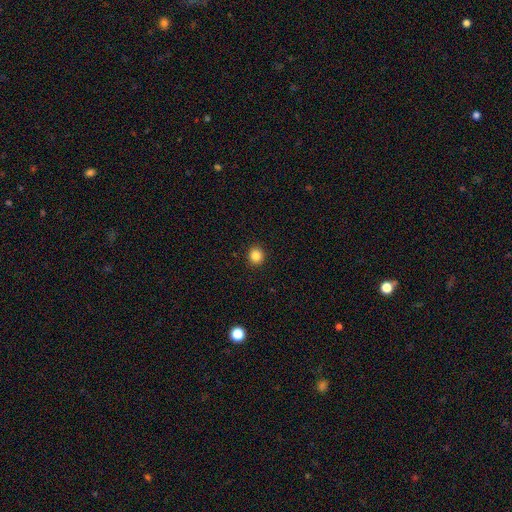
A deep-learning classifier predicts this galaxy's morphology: smooth_or_featured: smooth (p=0.85) [alt: star or artifact p=0.11]
how_rounded: round (p=0.89) [alt: in between p=0.10]
merging: none (p=0.92) [alt: minor disturbance p=0.05]